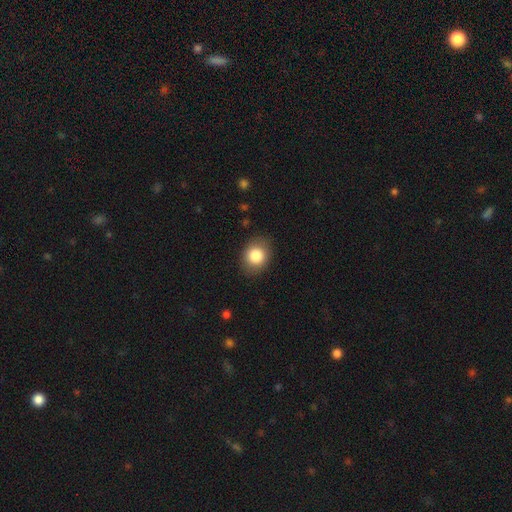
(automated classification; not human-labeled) A smooth galaxy with no disk features (84%) that is round (58%).

Vote fractions:
- Smooth or featured? smooth: 84% / star or artifact: 9% / featured or disk: 7%
- How rounded? round: 58% / in between: 41% / cigar-shaped: 1%
- Merging? none: 87% / minor disturbance: 10% / major disturbance: 3% / merger: 1%